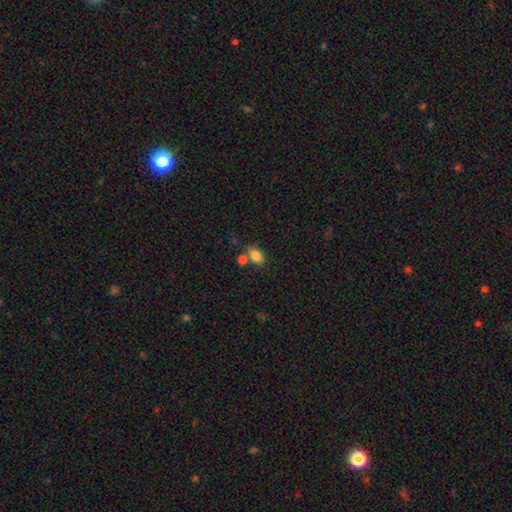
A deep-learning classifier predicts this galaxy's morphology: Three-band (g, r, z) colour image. It shows a smooth galaxy with no disk features (83%) that is in between round and cigar-shaped (83%). Merging: none (61%).